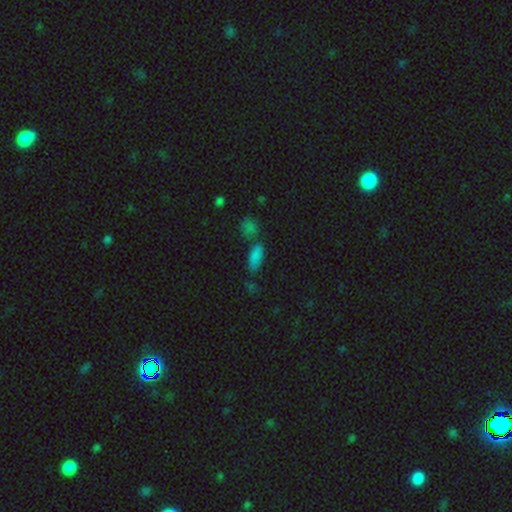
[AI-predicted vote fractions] Q: Smooth or featured?
A: smooth (78%); runner-up: star or artifact (16%)
Q: How rounded?
A: in between (81%); runner-up: cigar-shaped (15%)
Q: Merging?
A: none (61%); runner-up: merger (18%)